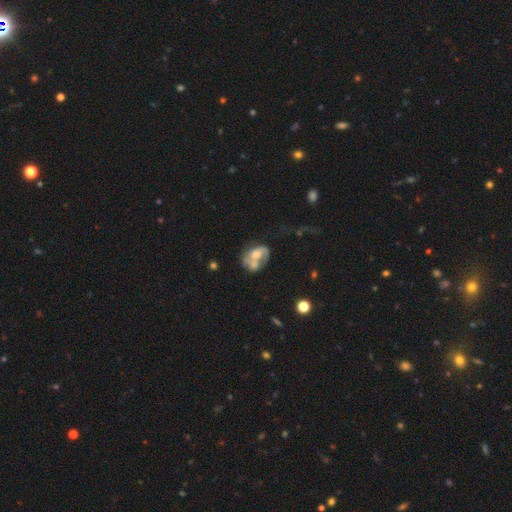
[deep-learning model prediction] The model was most divided on "spiral arms": no: 55%, yes: 45%. Remaining: edge-on disk — no (97%); bar — no (79%); smooth or featured — featured or disk (54%); bulge size — moderate (45%); merging — merger (43%).